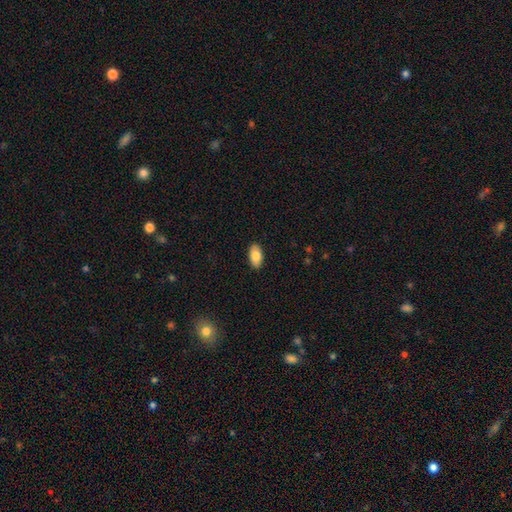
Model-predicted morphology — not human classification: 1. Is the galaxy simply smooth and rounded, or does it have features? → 82% smooth, 11% featured or disk, 7% star or artifact.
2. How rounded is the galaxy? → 94% in between, 3% cigar-shaped, 3% round.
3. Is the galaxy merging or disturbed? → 89% none, 8% minor disturbance, 2% major disturbance, 1% merger.